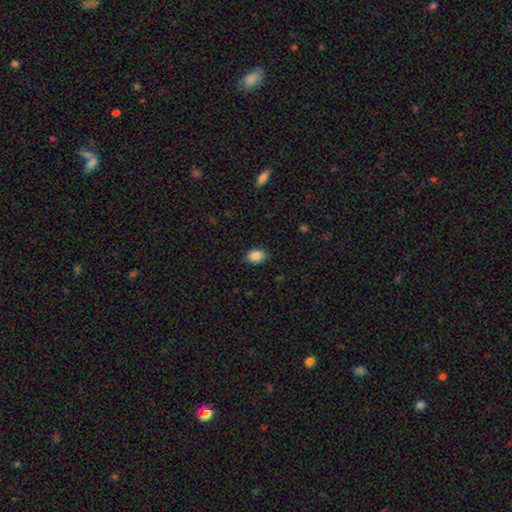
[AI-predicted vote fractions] A smooth galaxy with no disk features (88%) that is in between round and cigar-shaped (78%).

Vote fractions:
- Smooth or featured? smooth: 88% / star or artifact: 8% / featured or disk: 4%
- How rounded? in between: 78% / round: 21% / cigar-shaped: 1%
- Merging? none: 88% / minor disturbance: 9% / major disturbance: 2% / merger: 1%